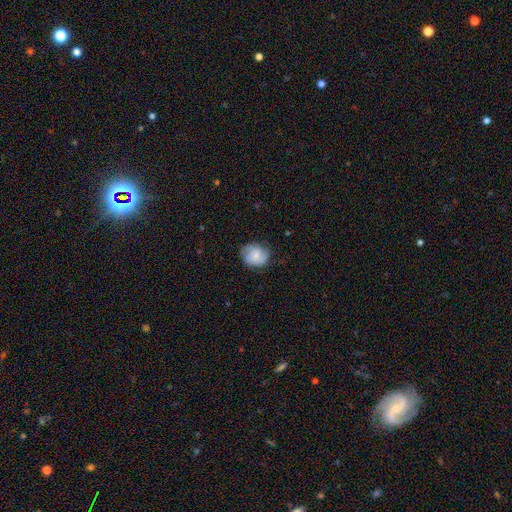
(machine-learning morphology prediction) Smooth or featured?
  - smooth: 58% *
  - featured or disk: 34%
  - star or artifact: 8%
How rounded?
  - round: 60% *
  - in between: 39%
  - cigar-shaped: 1%
Merging?
  - none: 68% *
  - minor disturbance: 24%
  - major disturbance: 7%
  - merger: 1%